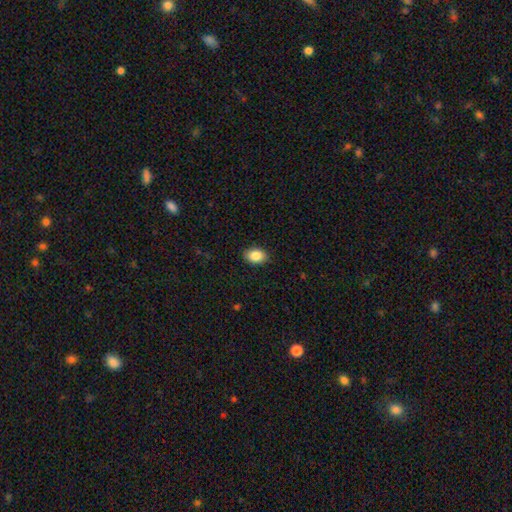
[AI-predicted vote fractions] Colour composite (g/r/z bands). It shows a smooth galaxy with no disk features (87%) that is in between round and cigar-shaped (83%). Merging: none (89%).